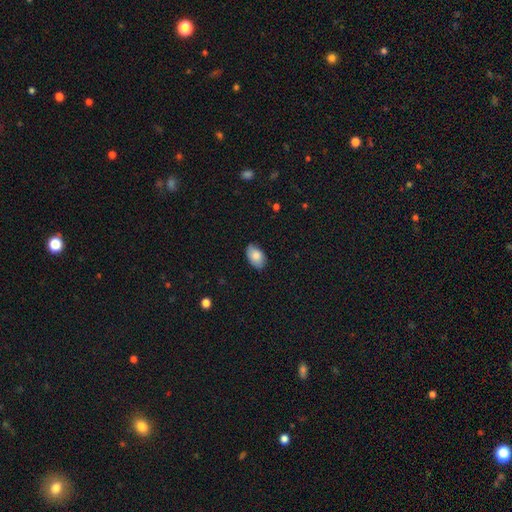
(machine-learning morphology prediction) Smooth or featured: smooth — 82% (featured or disk — 11%)
How rounded: in between — 91% (round — 7%)
Merging: none — 78% (minor disturbance — 18%)